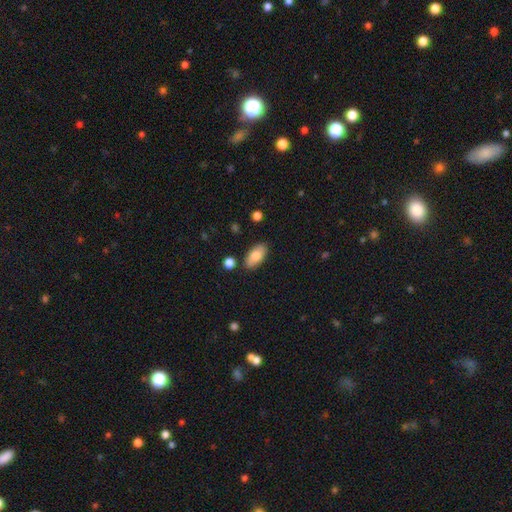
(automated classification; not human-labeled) The model was most divided on "smooth or featured": smooth: 79%, featured or disk: 15%, star or artifact: 7%. More confident: how rounded — in between (91%); merging — none (84%).